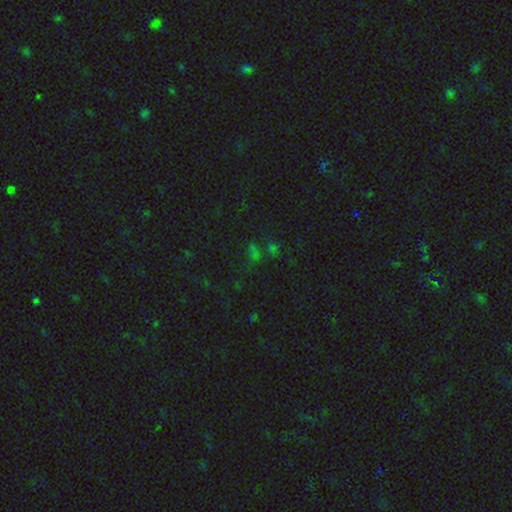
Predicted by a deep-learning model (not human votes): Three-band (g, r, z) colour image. It shows a star or artifact, not a galaxy (58%).